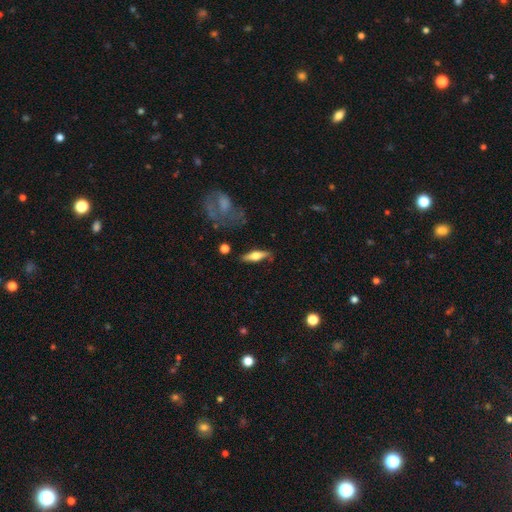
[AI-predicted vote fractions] This appears to be a featured or disk galaxy (48%). Merging: none (79%).